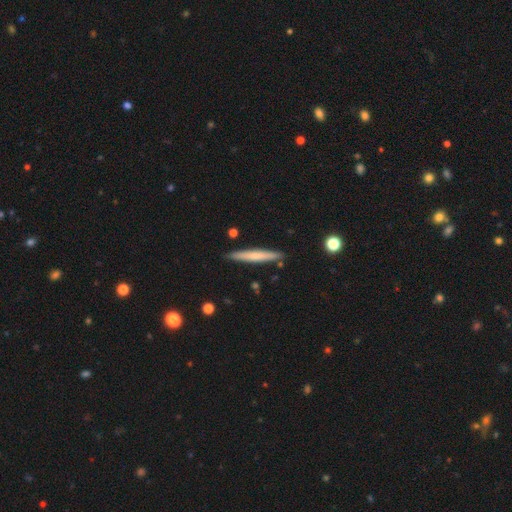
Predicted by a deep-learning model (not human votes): This is likely a smooth galaxy (60%). How rounded: clearly cigar-shaped (95%). Merging: clearly none (88%).